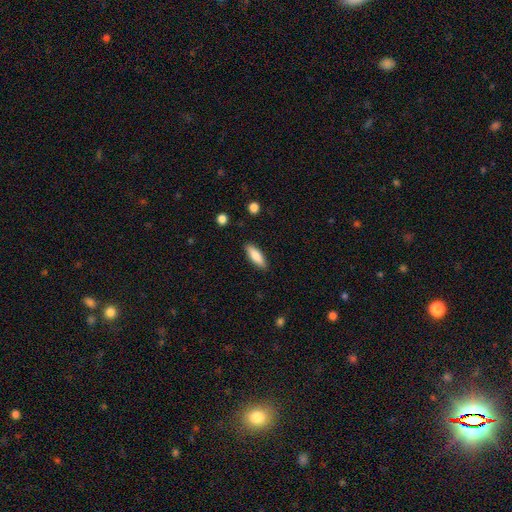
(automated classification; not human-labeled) smooth_or_featured: smooth (p=0.82) [alt: featured or disk p=0.12]
how_rounded: in between (p=0.53) [alt: cigar-shaped p=0.45]
merging: none (p=0.88) [alt: minor disturbance p=0.09]